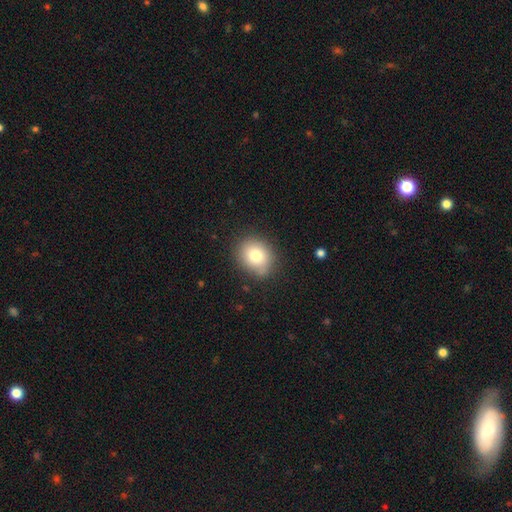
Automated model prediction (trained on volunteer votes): smooth 80%, featured or disk 11%, star or artifact 9%. Down the decision tree: how rounded — round (55%); merging — none (82%).